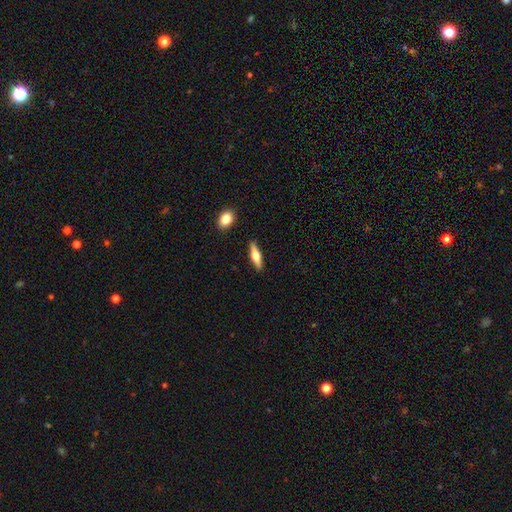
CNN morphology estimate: type=smooth (48%); merging=none (88%).